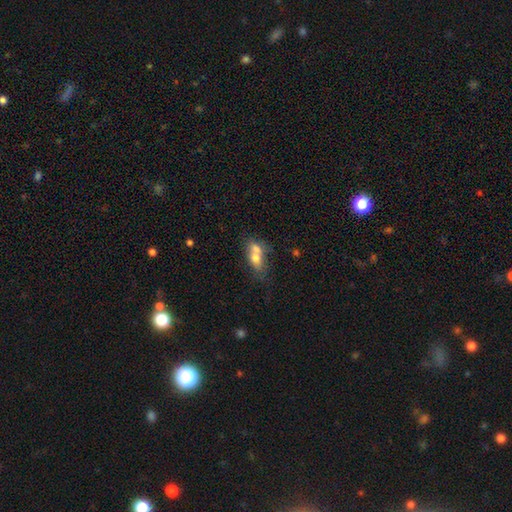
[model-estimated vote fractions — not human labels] This appears to be a smooth galaxy with no disk features (66%) that is in between round and cigar-shaped (70%). Merging: merger (62%).